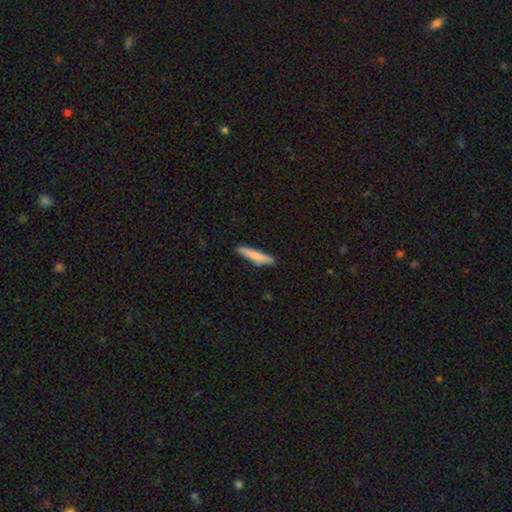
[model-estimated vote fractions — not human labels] Q: Smooth or featured?
A: smooth (77%); runner-up: featured or disk (17%)
Q: How rounded?
A: cigar-shaped (90%); runner-up: in between (9%)
Q: Merging?
A: none (85%); runner-up: minor disturbance (12%)